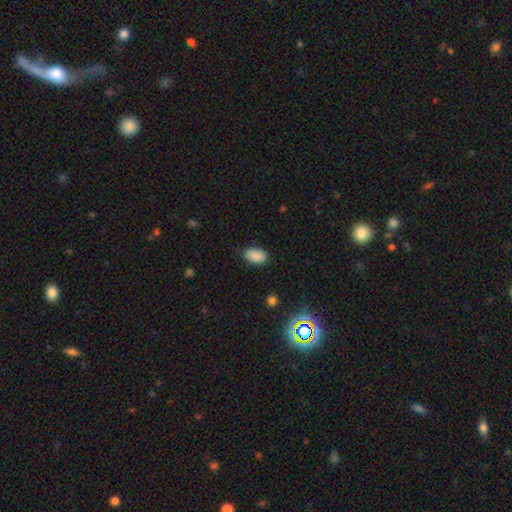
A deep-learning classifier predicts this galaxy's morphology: smooth_or_featured: smooth (p=0.87) [alt: star or artifact p=0.08]
how_rounded: in between (p=0.92) [alt: round p=0.07]
merging: none (p=0.79) [alt: minor disturbance p=0.17]